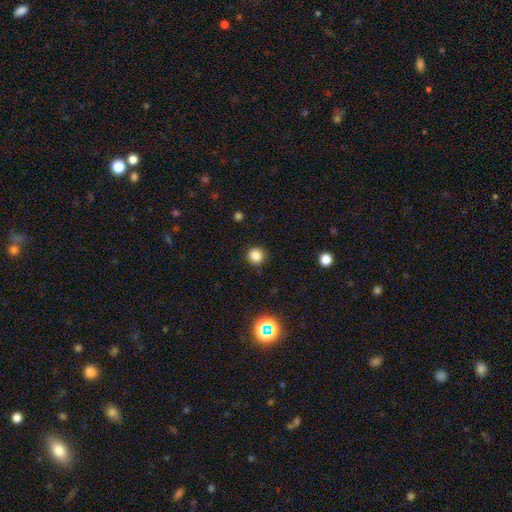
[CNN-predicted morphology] smooth 83%, star or artifact 13%, featured or disk 4%. Down the decision tree: how rounded — round (90%); merging — none (89%).